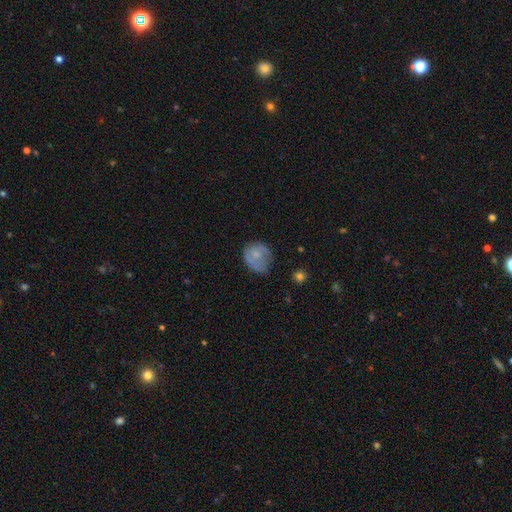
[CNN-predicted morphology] A smooth galaxy with no disk features (62%) that is round (62%). Merging: none (48%).